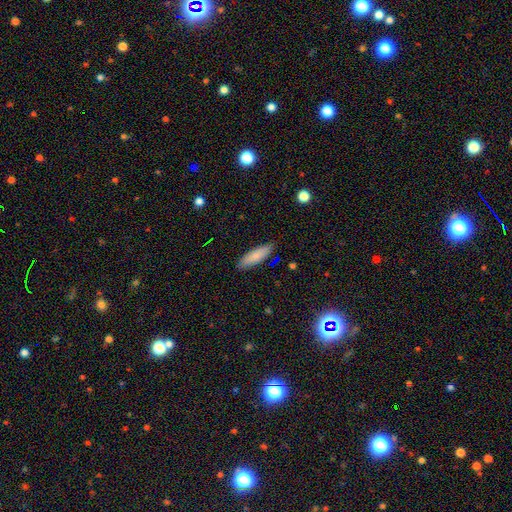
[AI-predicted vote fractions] smooth-or-featured: smooth: 82% | featured or disk: 12% | star or artifact: 7%
  how-rounded: cigar-shaped: 52% | in between: 46% | round: 2%
  merging: none: 87% | minor disturbance: 10% | major disturbance: 2% | merger: 1%